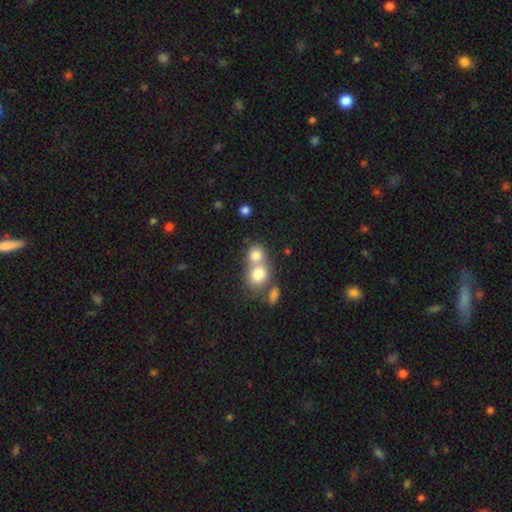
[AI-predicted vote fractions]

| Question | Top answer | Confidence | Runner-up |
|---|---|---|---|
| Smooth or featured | smooth | 78% | featured or disk (12%) |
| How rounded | round | 75% | in between (24%) |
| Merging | merger | 60% | none (32%) |